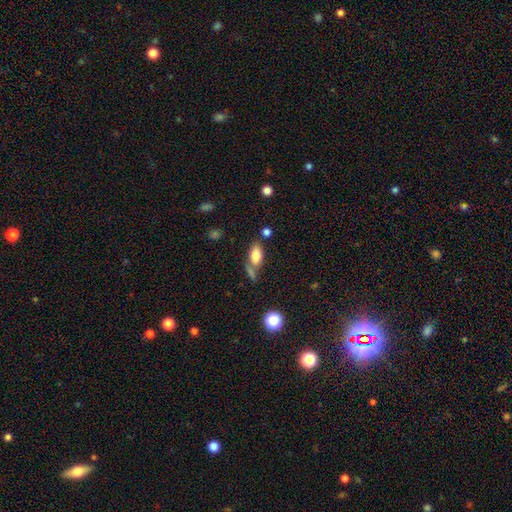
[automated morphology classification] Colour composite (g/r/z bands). It shows a smooth galaxy with no disk features (78%) that is in between round and cigar-shaped (87%). Merging: none (53%).